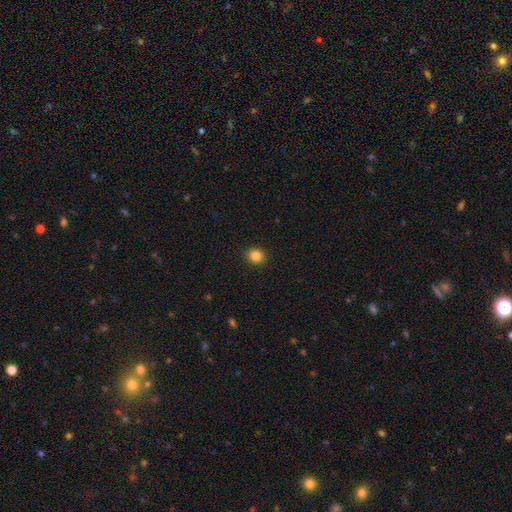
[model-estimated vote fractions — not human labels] This is clearly a smooth galaxy (85%). How rounded: clearly round (84%). Merging: clearly none (91%).